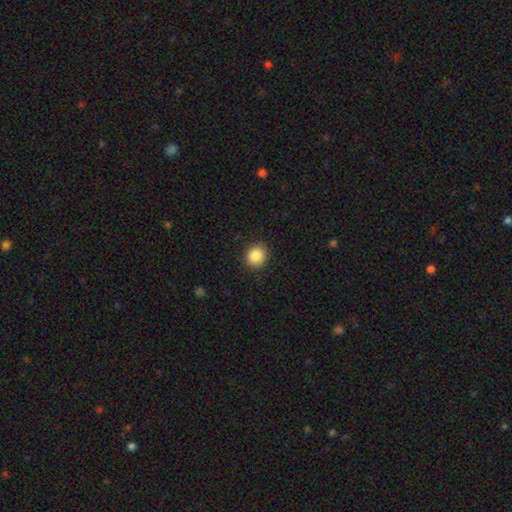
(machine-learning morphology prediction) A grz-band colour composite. It shows a smooth galaxy with no disk features (87%) that is round (84%). Merging: none (90%).